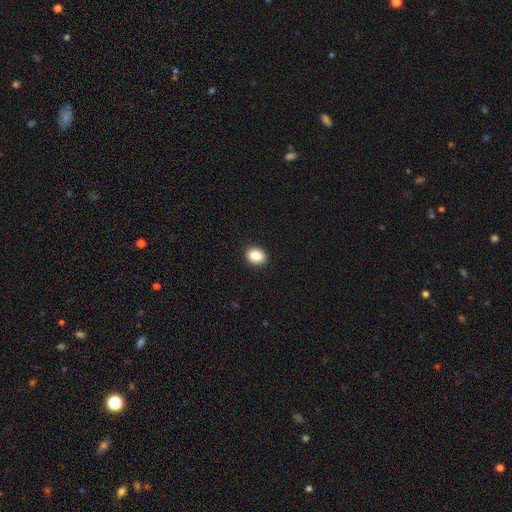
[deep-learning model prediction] smooth 88%, star or artifact 8%, featured or disk 4%. Down the decision tree: how rounded — in between (57%); merging — none (91%).